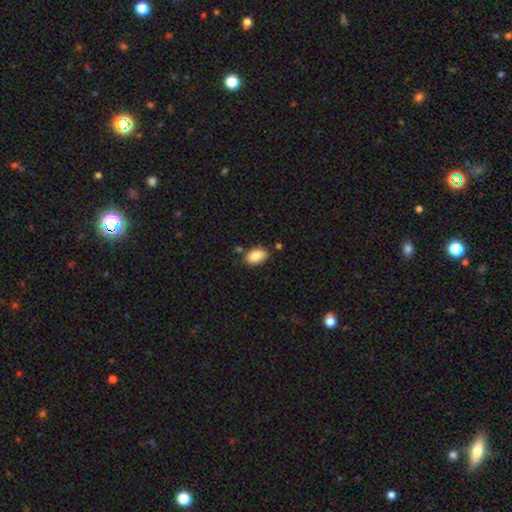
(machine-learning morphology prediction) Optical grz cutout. It shows a smooth galaxy with no disk features (86%) that is in between round and cigar-shaped (92%). Merging: none (76%).